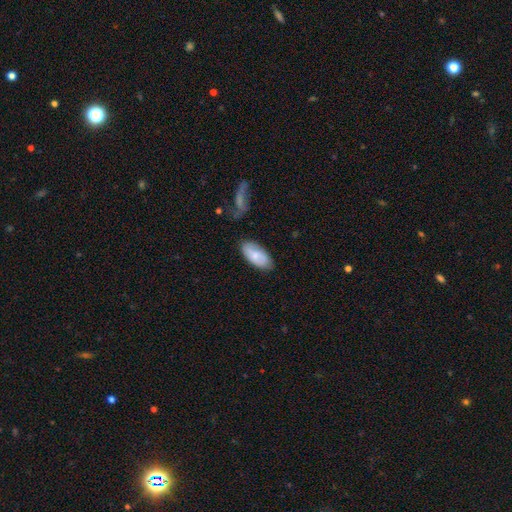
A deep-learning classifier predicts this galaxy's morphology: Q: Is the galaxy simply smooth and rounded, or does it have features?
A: smooth — 67%.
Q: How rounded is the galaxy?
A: in between — 93%.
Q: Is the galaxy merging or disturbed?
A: none — 76%.